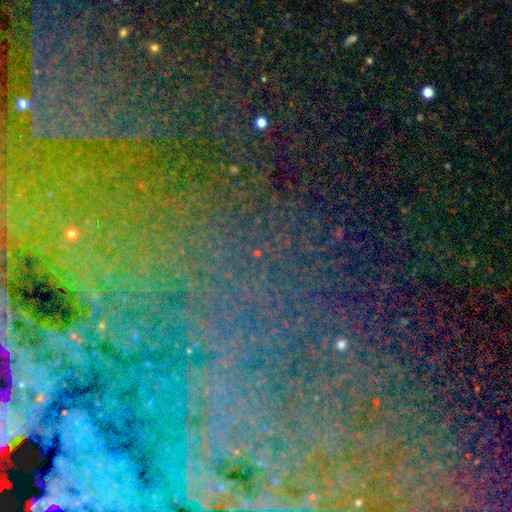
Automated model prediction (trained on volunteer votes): Smooth or featured?
  - star or artifact: 67% *
  - featured or disk: 21%
  - smooth: 12%